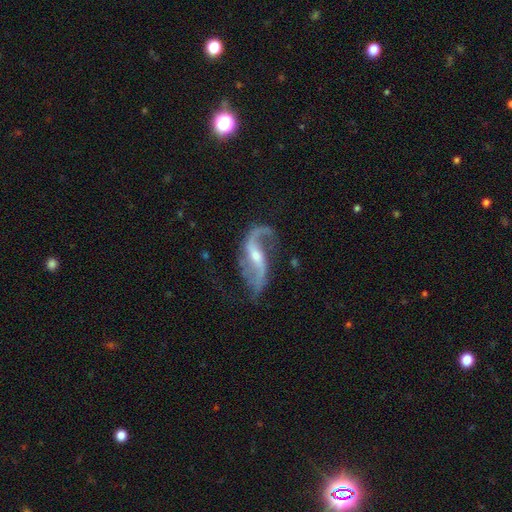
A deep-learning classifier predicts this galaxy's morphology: This appears to be a featured or disk galaxy (90%) with a weak bar (38%, tied with strong), 2 (92%) loose (68%) spiral arms (97%) and a small central bulge (52%). Merging: none (69%).